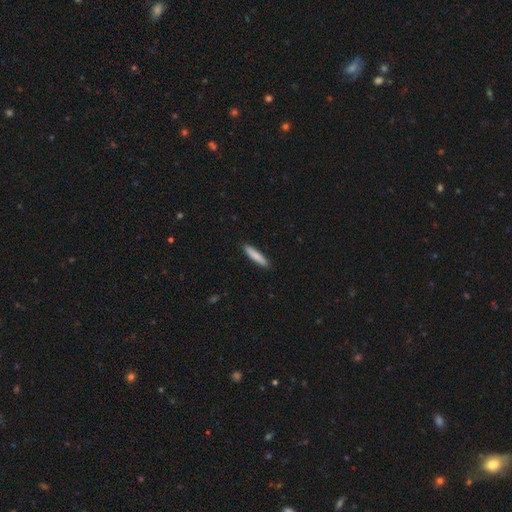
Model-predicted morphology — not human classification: Overall: smooth (85%). How rounded: cigar-shaped (88%). Merging: none (90%).